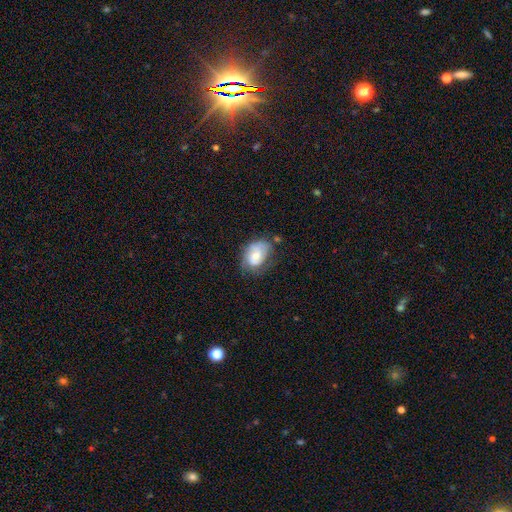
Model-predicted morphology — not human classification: type=smooth (55%); roundness=in between (78%); merging=none (52%).